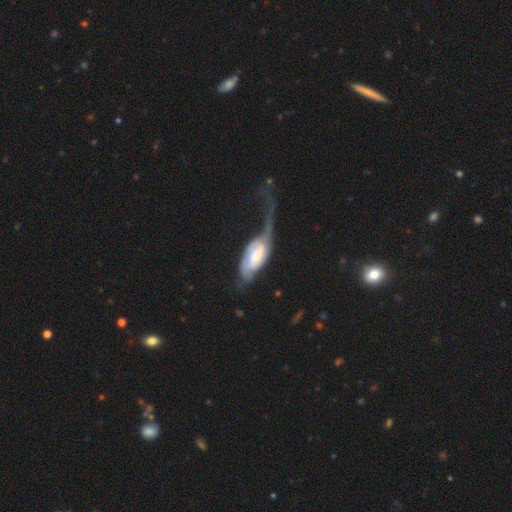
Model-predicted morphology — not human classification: Smooth or featured: featured or disk — 48% (smooth — 45%)
Merging: major disturbance — 63% (minor disturbance — 18%)